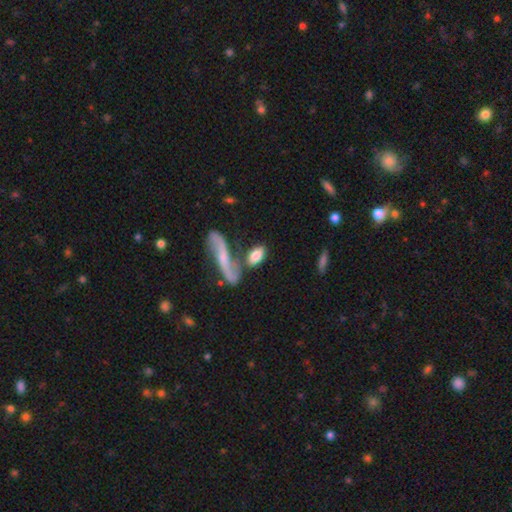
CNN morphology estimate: Overall: smooth (74%). How rounded: in between (85%). Merging: none (45%; merger 32%).